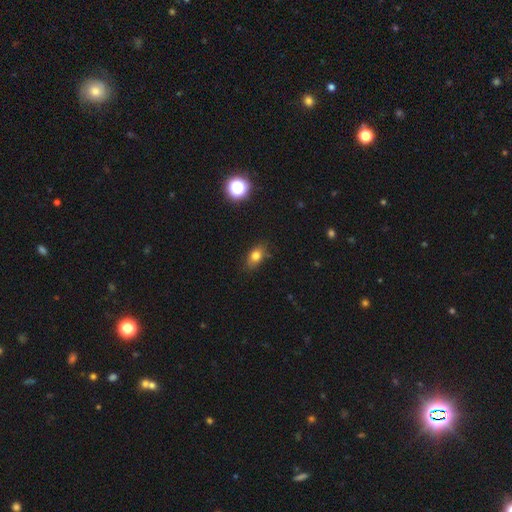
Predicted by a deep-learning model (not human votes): smooth-or-featured: smooth: 77% | star or artifact: 13% | featured or disk: 10%
  how-rounded: in between: 77% | round: 19% | cigar-shaped: 3%
  merging: none: 82% | minor disturbance: 13% | major disturbance: 3% | merger: 1%